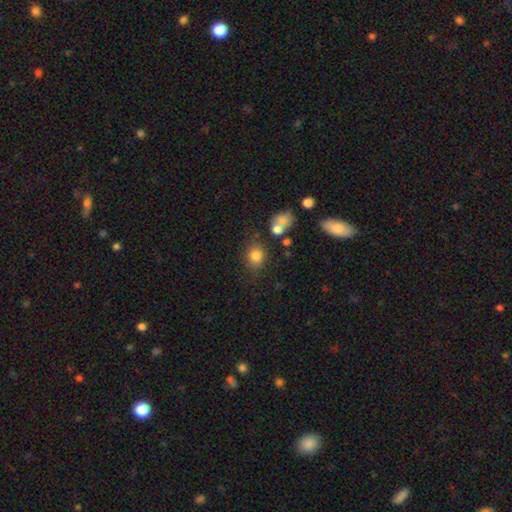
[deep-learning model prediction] This appears to be a smooth galaxy with no disk features (81%) that is round (64%). Merging: none (74%).